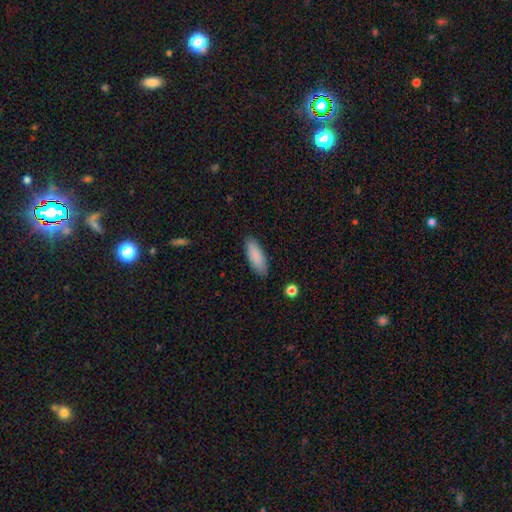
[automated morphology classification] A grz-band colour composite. It shows a smooth galaxy with no disk features (87%) that is in between round and cigar-shaped (63%). Merging: none (87%).